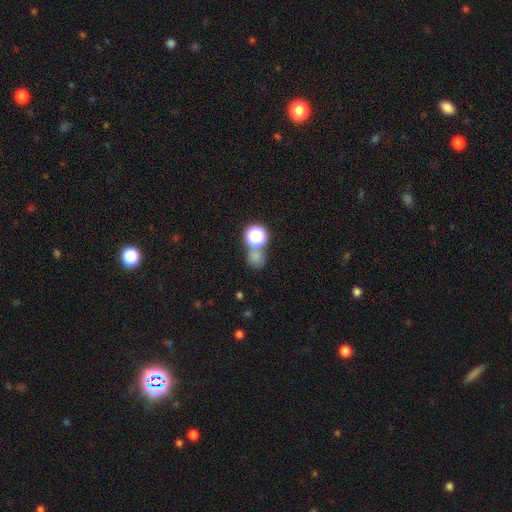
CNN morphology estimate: Smooth or featured? Predicted: smooth (p=0.67). How rounded? Predicted: round (p=0.78). Merging? Predicted: none (p=0.58).